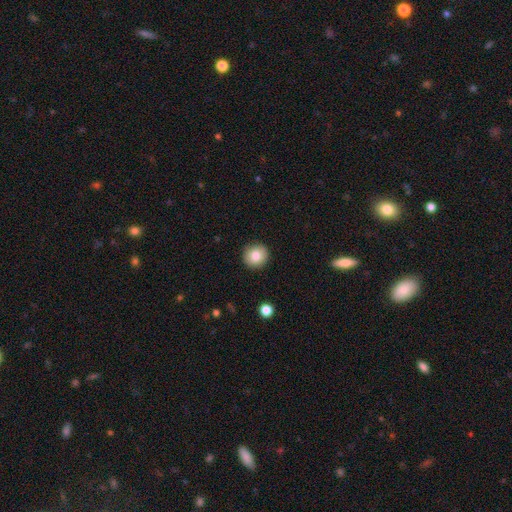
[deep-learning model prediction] Q: Smooth or featured?
A: smooth (83%); runner-up: star or artifact (9%)
Q: How rounded?
A: round (90%); runner-up: in between (9%)
Q: Merging?
A: none (91%); runner-up: minor disturbance (6%)